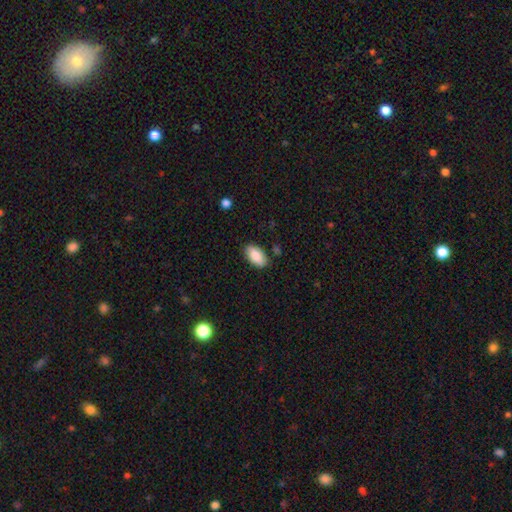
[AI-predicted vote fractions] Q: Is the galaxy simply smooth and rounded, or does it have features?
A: smooth — 85%.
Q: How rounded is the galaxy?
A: in between — 93%.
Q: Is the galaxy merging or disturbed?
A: none — 84%.